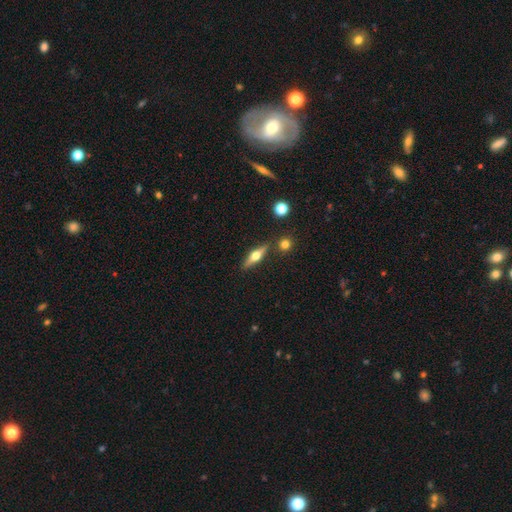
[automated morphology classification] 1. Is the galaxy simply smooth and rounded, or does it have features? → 61% featured or disk, 32% smooth, 7% star or artifact.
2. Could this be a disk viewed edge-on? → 95% yes, 5% no.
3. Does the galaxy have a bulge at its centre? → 95% rounded, 3% boxy, 2% none.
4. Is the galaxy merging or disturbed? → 83% none, 9% minor disturbance, 6% merger, 2% major disturbance.